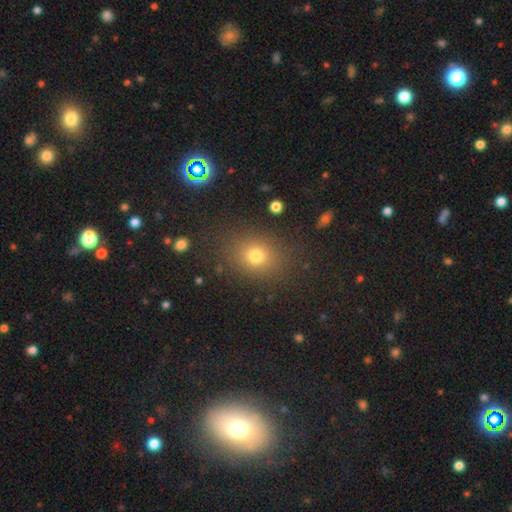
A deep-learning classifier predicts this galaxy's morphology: Smooth or featured: smooth — 74% (star or artifact — 17%)
How rounded: round — 57% (in between — 41%)
Merging: none — 83% (minor disturbance — 10%)